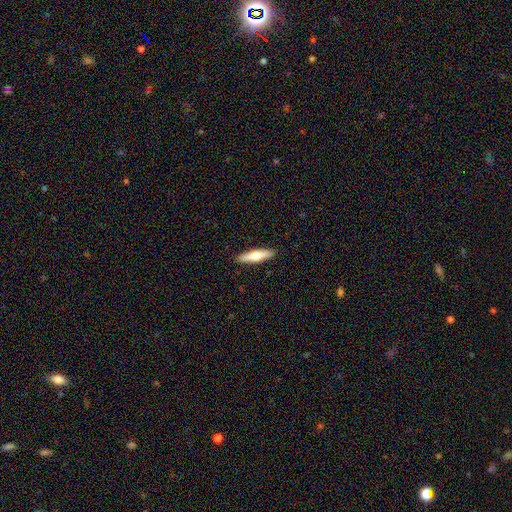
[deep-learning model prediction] A smooth galaxy with no disk features (54%) that is cigar-shaped (76%).

Vote fractions:
- Smooth or featured? smooth: 54% / featured or disk: 41% / star or artifact: 5%
- How rounded? cigar-shaped: 76% / in between: 22% / round: 2%
- Merging? none: 91% / minor disturbance: 7% / major disturbance: 1% / merger: 1%